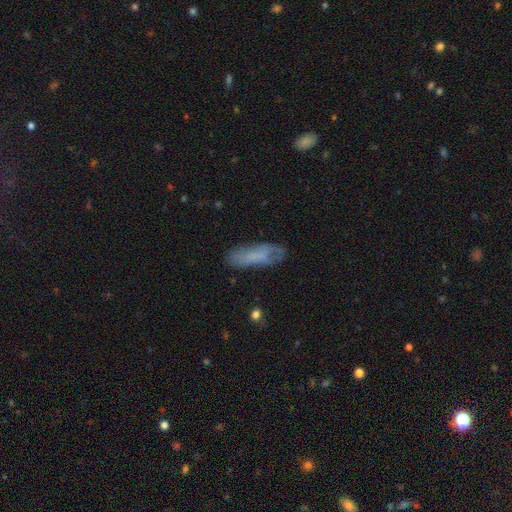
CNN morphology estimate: Smooth or featured? Predicted: smooth (p=0.62). How rounded? Predicted: in between (p=0.50). Merging? Predicted: none (p=0.65).